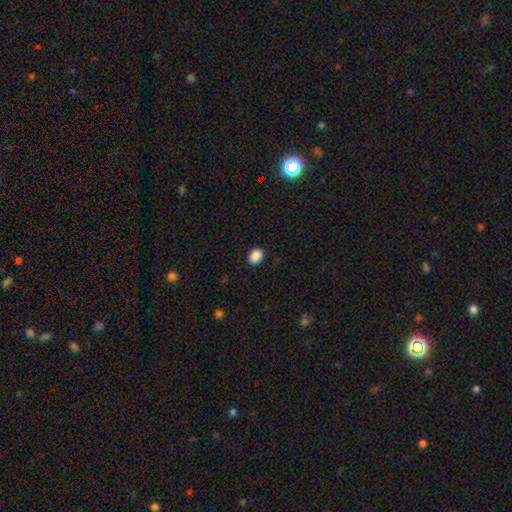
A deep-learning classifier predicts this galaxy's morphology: The model was most divided on "how rounded": in between: 62%, round: 37%, cigar-shaped: 1%. More confident: merging — none (90%); smooth or featured — smooth (89%).